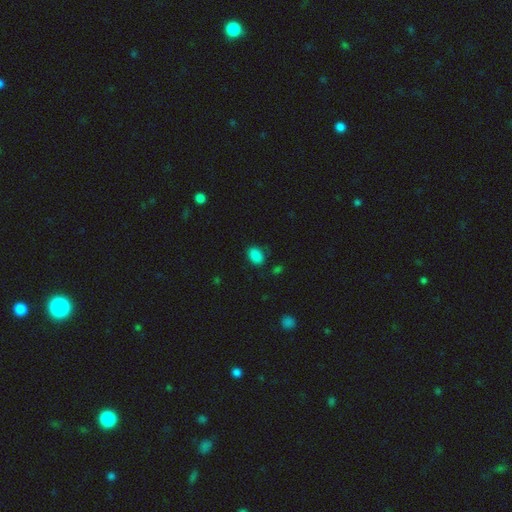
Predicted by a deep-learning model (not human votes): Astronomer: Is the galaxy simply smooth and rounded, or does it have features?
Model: smooth — 87%.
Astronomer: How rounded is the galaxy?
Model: in between — 79%.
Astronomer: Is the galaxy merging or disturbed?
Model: none — 81%.